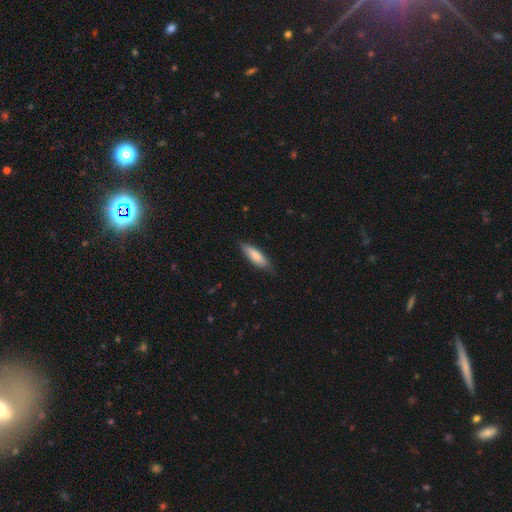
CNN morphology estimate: A smooth galaxy with no disk features (80%) that is cigar-shaped (59%). Merging: none (82%).